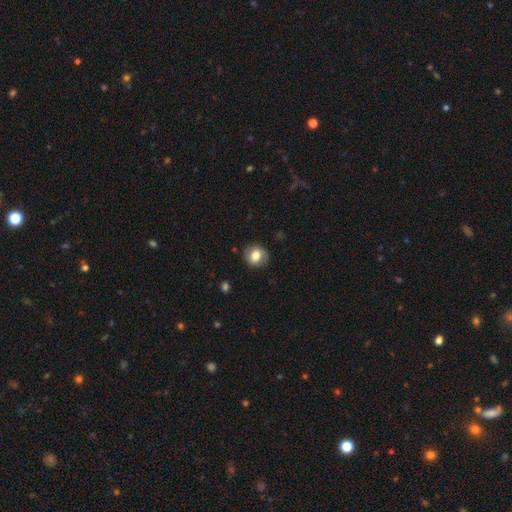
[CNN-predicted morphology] smooth_or_featured: smooth (p=0.72) [alt: featured or disk p=0.20]
how_rounded: round (p=0.76) [alt: in between p=0.23]
merging: none (p=0.83) [alt: minor disturbance p=0.12]